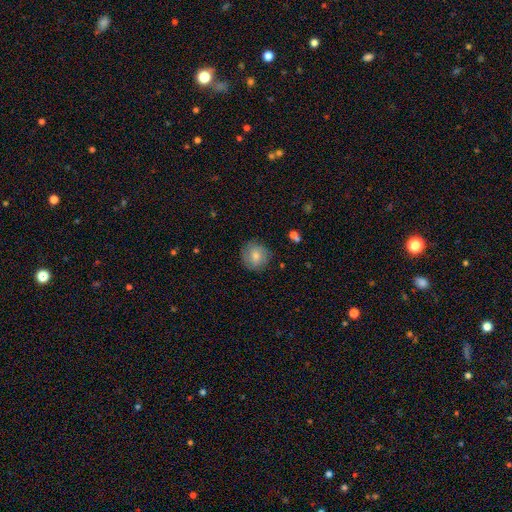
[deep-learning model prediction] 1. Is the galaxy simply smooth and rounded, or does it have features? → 64% smooth, 26% featured or disk, 10% star or artifact.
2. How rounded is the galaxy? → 90% round, 9% in between, 1% cigar-shaped.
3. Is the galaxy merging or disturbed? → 83% none, 13% minor disturbance, 3% major disturbance, 1% merger.